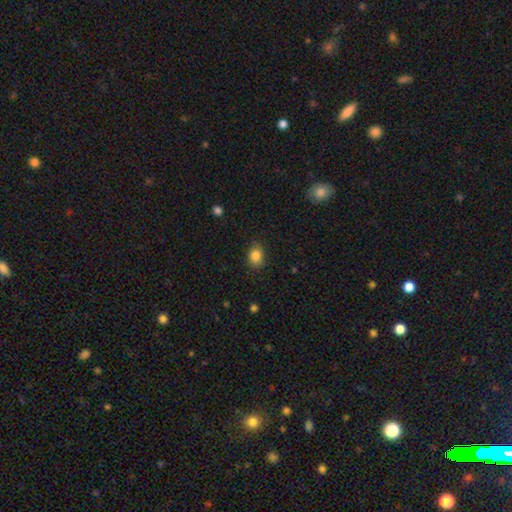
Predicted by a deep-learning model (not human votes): A smooth galaxy with no disk features (85%) that is in between round and cigar-shaped (50%). Merging: none (82%).